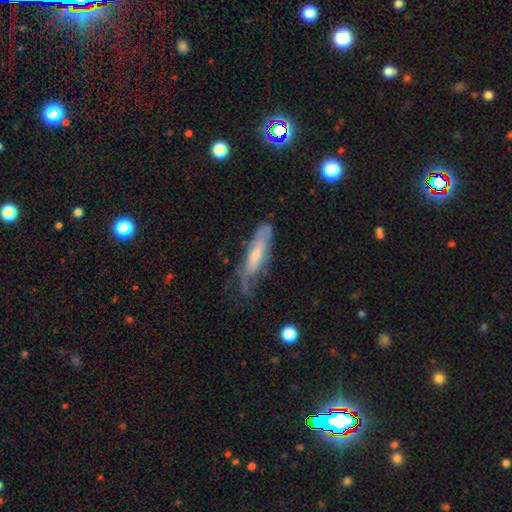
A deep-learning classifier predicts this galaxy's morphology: Smooth or featured? featured or disk (53%)
Edge-on disk? no (55%)
Merging? none (44%)